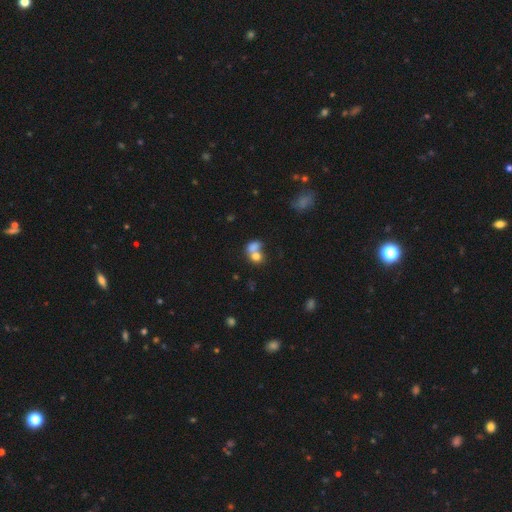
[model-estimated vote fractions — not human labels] smooth_or_featured: smooth (p=0.73) [alt: featured or disk p=0.16]
how_rounded: round (p=0.55) [alt: in between p=0.43]
merging: merger (p=0.64) [alt: none p=0.24]